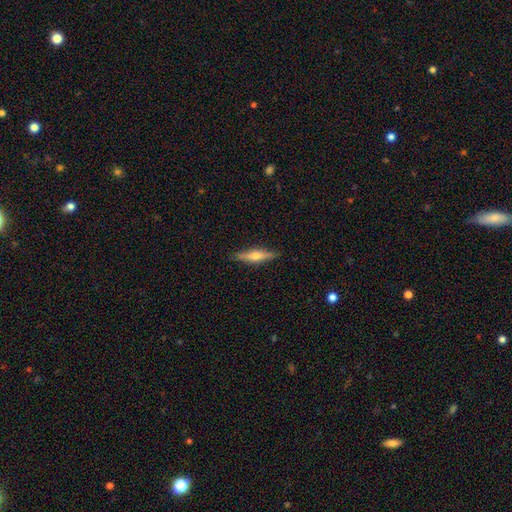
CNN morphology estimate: This is likely a featured or disk galaxy (60%). It is clearly viewed edge-on (95%). Edge-on bulge: clearly rounded (91%). Merging: clearly none (88%).